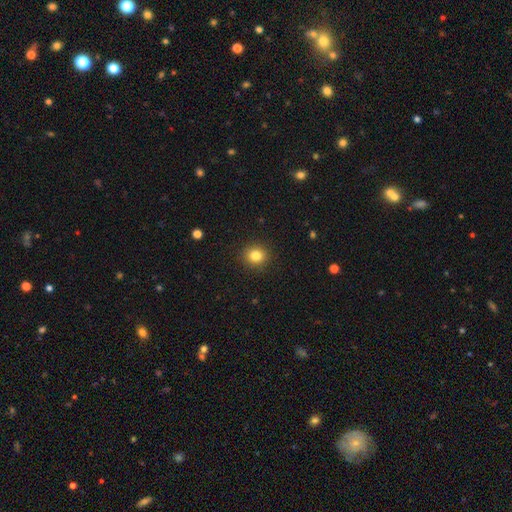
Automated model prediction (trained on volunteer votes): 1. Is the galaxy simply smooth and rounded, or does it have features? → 82% smooth, 12% star or artifact, 6% featured or disk.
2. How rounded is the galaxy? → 87% round, 12% in between, 1% cigar-shaped.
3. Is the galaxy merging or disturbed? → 91% none, 6% minor disturbance, 2% major disturbance, 1% merger.